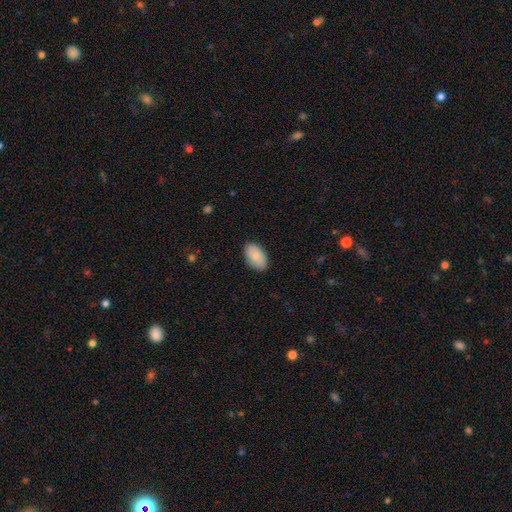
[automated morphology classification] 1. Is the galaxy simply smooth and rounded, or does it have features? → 85% smooth, 9% featured or disk, 6% star or artifact.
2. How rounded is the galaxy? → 94% in between, 5% round, 1% cigar-shaped.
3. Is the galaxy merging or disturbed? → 86% none, 11% minor disturbance, 2% major disturbance, 1% merger.